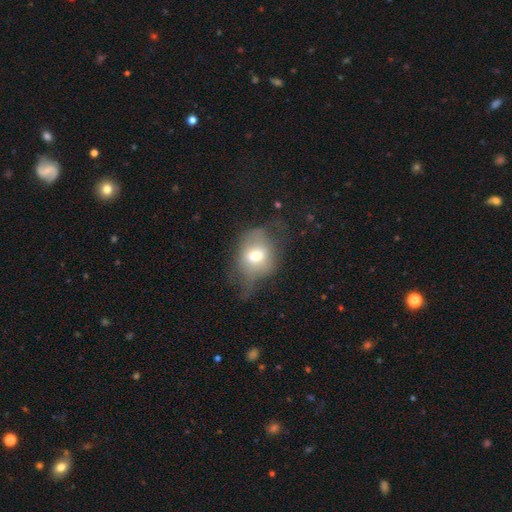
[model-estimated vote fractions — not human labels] Overall: smooth (59%; featured or disk 31%). How rounded: in between (53%; round 45%). Merging: none (37%; major disturbance 32%).